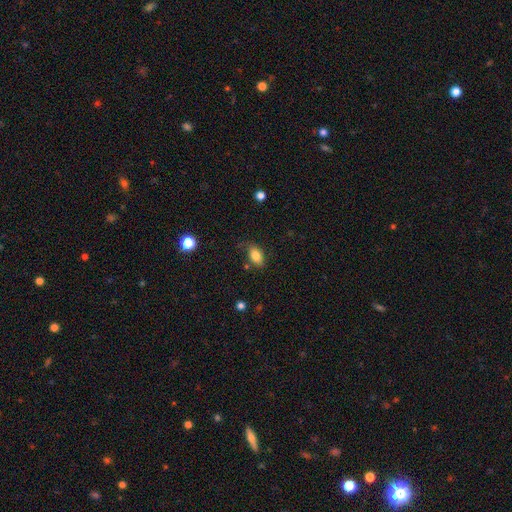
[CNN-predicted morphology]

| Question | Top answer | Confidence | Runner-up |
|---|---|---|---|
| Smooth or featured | smooth | 82% | featured or disk (9%) |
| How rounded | in between | 89% | round (8%) |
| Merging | none | 72% | minor disturbance (19%) |